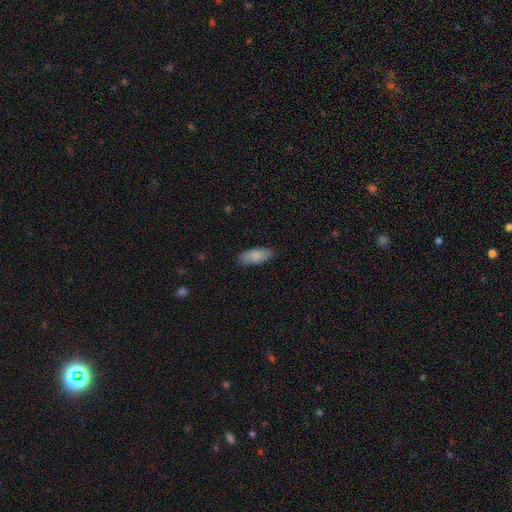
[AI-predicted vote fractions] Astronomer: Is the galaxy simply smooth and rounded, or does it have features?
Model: smooth — 85%.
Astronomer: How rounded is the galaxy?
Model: in between — 77%.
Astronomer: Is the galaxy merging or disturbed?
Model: none — 86%.